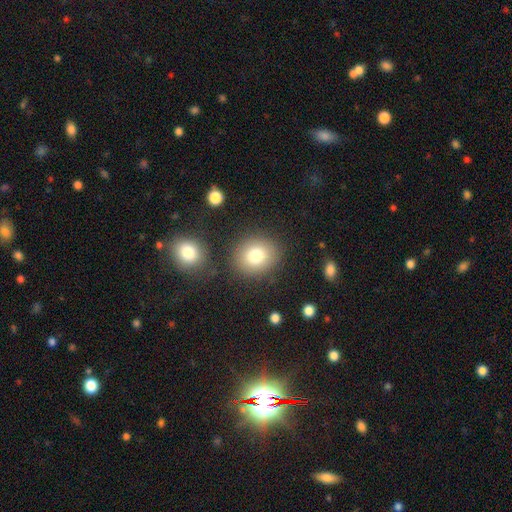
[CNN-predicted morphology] Smooth or featured? smooth (80%)
How rounded? round (75%)
Merging? none (83%)